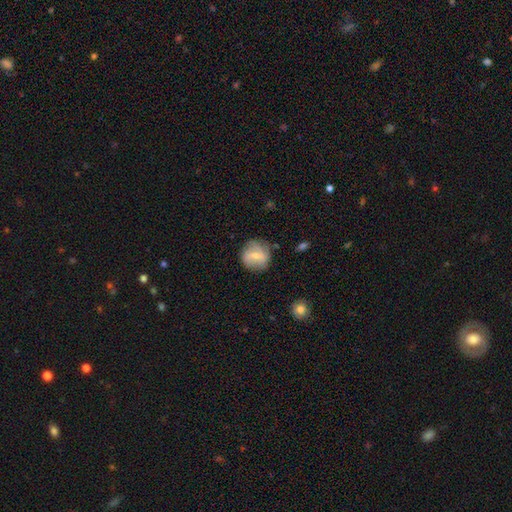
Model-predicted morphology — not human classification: A featured or disk galaxy (49%). Merging: none (68%).